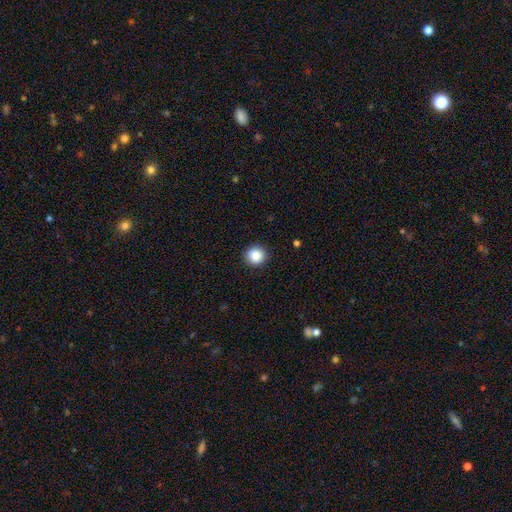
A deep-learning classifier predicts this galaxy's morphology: smooth 86%, star or artifact 9%, featured or disk 4%. Down the decision tree: how rounded — round (92%); merging — none (91%).